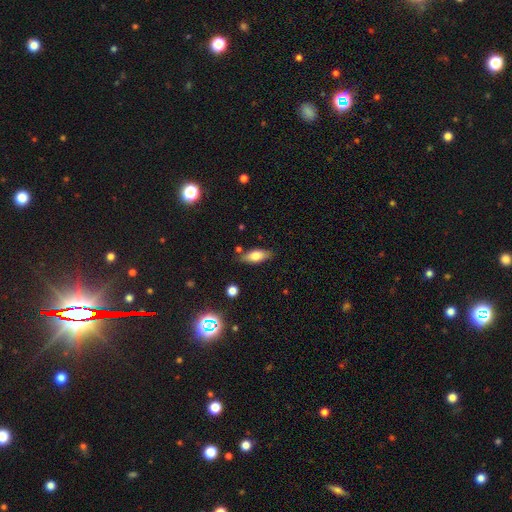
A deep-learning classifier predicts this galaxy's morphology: Smooth or featured: smooth — 71% (featured or disk — 21%)
How rounded: in between — 74% (cigar-shaped — 23%)
Merging: none — 81% (minor disturbance — 13%)